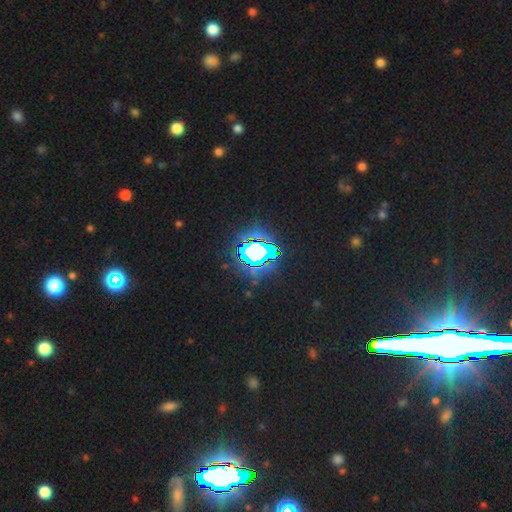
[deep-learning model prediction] Q: Smooth or featured?
A: star or artifact (82%); runner-up: smooth (11%)